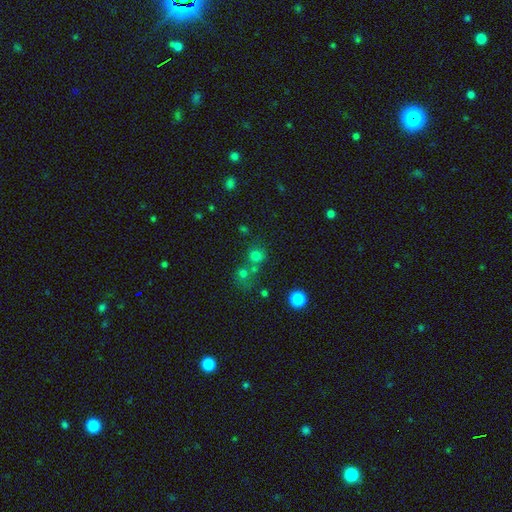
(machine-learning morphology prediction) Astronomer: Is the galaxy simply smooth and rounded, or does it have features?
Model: smooth — 71%.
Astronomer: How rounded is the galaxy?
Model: round — 86%.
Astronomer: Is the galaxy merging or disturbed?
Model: none — 59%.